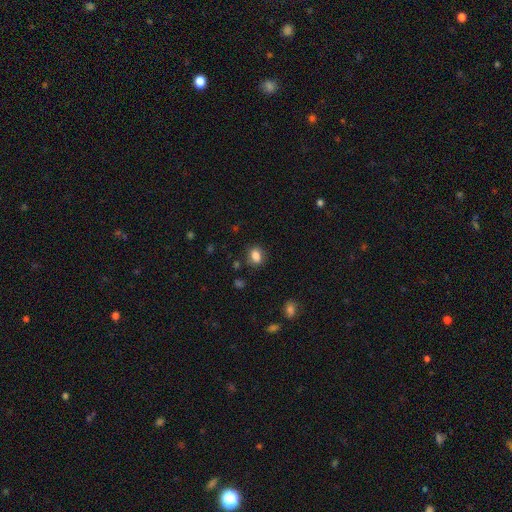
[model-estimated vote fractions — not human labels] Overall: smooth (84%). How rounded: in between (64%; round 34%). Merging: none (83%).